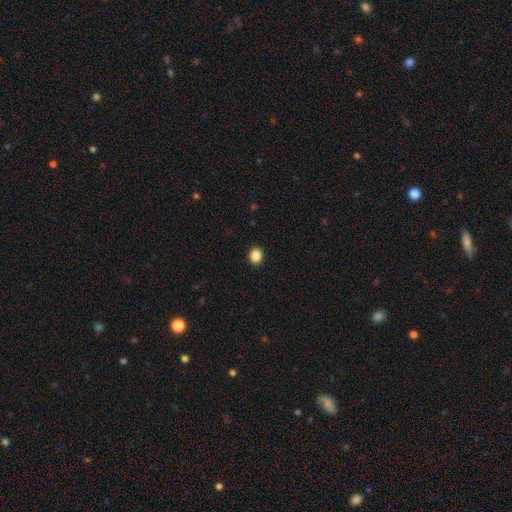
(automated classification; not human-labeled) smooth_or_featured: smooth (p=0.87) [alt: star or artifact p=0.10]
how_rounded: round (p=0.66) [alt: in between p=0.33]
merging: none (p=0.92) [alt: minor disturbance p=0.05]